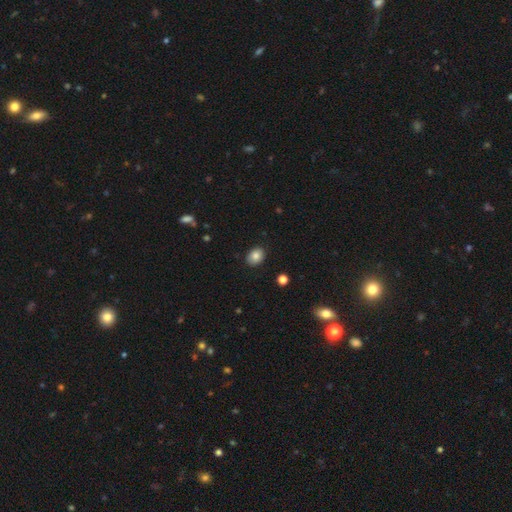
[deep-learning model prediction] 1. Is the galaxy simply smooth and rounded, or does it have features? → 84% smooth, 9% star or artifact, 7% featured or disk.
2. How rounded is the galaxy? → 64% in between, 36% round, 1% cigar-shaped.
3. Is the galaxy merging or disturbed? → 87% none, 10% minor disturbance, 2% major disturbance, 1% merger.